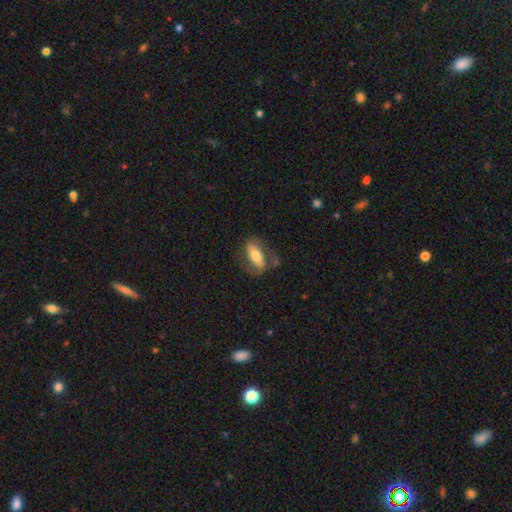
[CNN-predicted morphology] A smooth galaxy with no disk features (51%) that is in between round and cigar-shaped (71%). Merging: none (64%).